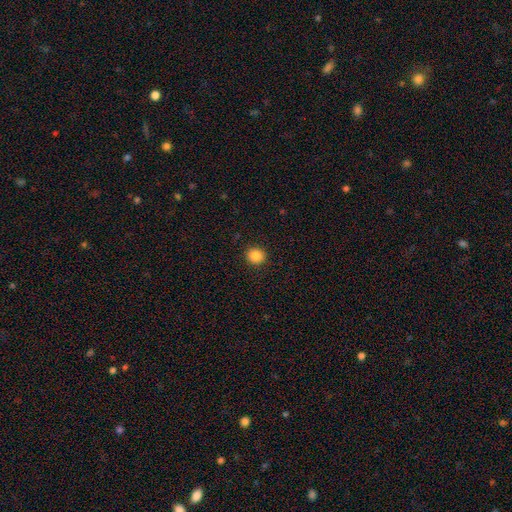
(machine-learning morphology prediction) smooth 86%, star or artifact 10%, featured or disk 4%. Down the decision tree: how rounded — round (88%); merging — none (92%).